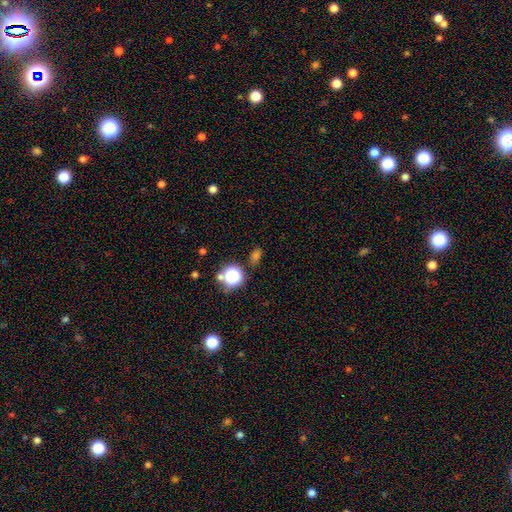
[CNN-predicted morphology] The model was most divided on "how rounded": round: 54%, in between: 43%, cigar-shaped: 3%. More confident: merging — none (80%); smooth or featured — smooth (53%).